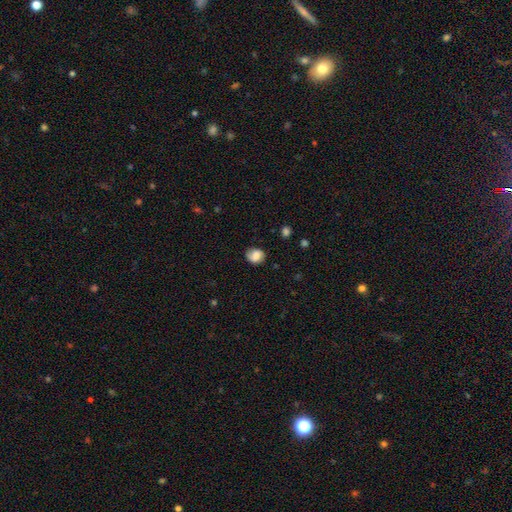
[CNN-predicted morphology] Q: Smooth or featured?
A: smooth (67%); runner-up: featured or disk (23%)
Q: How rounded?
A: round (63%); runner-up: in between (36%)
Q: Merging?
A: none (69%); runner-up: minor disturbance (22%)